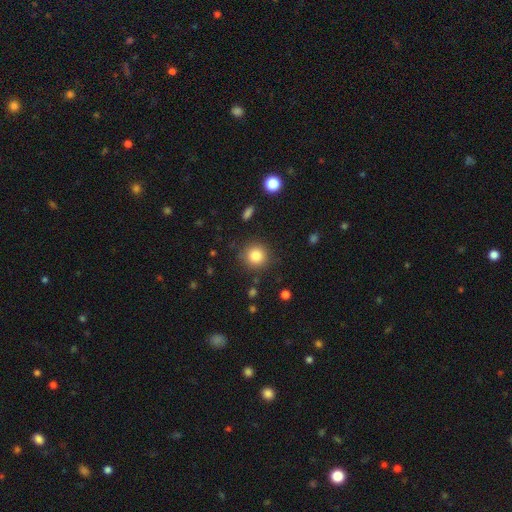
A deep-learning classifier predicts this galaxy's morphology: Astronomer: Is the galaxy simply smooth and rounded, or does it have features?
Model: smooth — 84%.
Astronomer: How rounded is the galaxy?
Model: round — 93%.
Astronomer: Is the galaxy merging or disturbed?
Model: none — 87%.